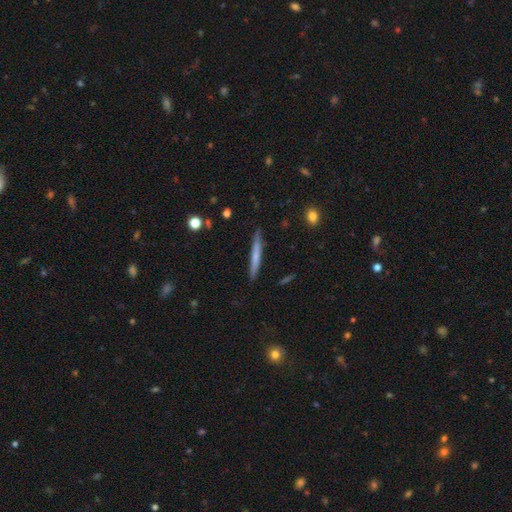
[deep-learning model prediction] This appears to be a smooth galaxy with no disk features (57%) that is cigar-shaped (96%). Merging: none (88%).